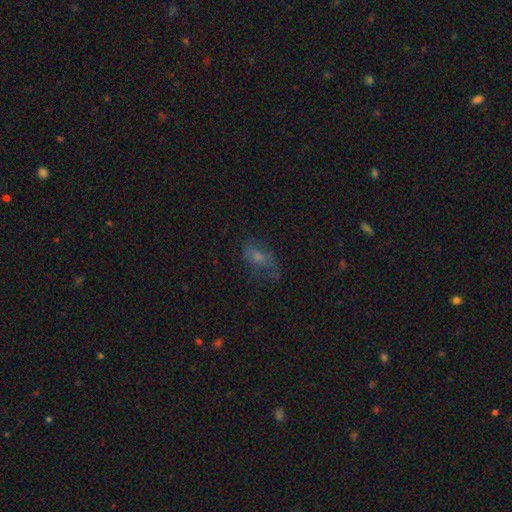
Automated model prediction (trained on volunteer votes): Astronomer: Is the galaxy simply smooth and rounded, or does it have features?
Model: smooth — 46% (runner-up: featured or disk, 30%).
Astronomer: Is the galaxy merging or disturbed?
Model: none — 57%.